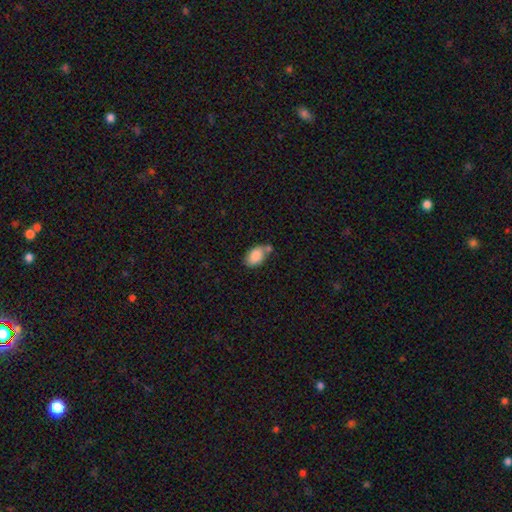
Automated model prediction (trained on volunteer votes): The model was most divided on "merging": none: 56%, minor disturbance: 20%, merger: 20%, major disturbance: 5%. More confident: how rounded — in between (89%); smooth or featured — smooth (86%).